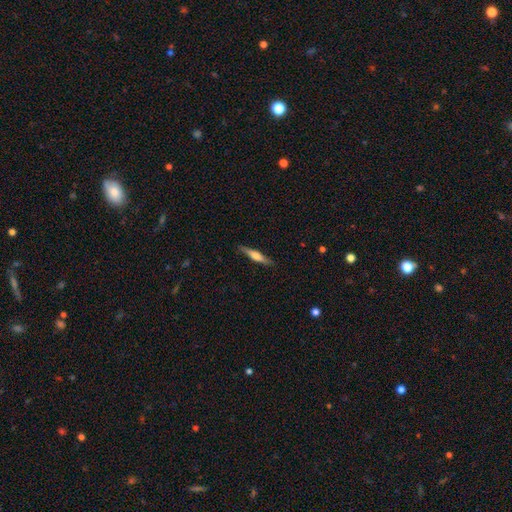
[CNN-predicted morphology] Q: Smooth or featured?
A: featured or disk (50%); runner-up: smooth (44%)
Q: Merging?
A: none (86%); runner-up: minor disturbance (11%)